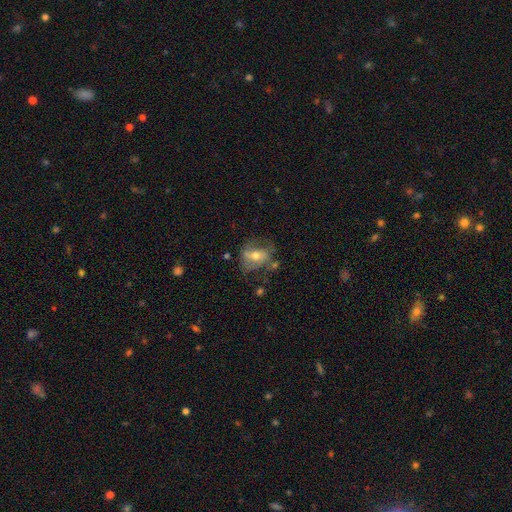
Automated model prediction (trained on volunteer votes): This is possibly a featured or disk galaxy (53%). It is clearly not viewed edge-on (93%). Merging: possibly none (51%).